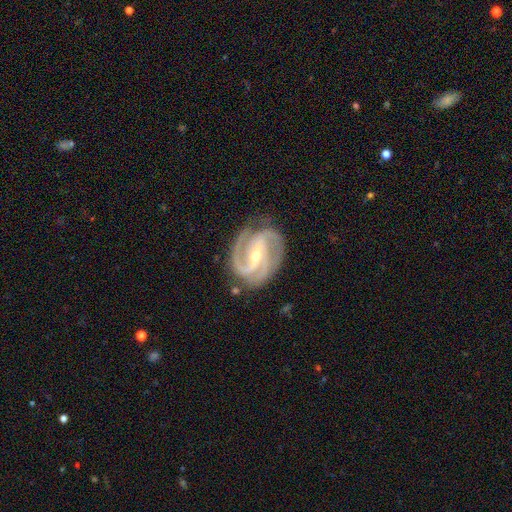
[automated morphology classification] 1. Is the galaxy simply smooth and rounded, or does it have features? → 93% featured or disk, 4% star or artifact, 3% smooth.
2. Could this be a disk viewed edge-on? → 98% no, 2% yes.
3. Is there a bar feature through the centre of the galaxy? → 54% strong, 32% weak, 15% no.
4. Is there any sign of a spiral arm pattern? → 99% yes, 1% no.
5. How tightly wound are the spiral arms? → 50% medium, 42% tight, 8% loose.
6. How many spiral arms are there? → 51% 2, 37% 3, 4% 4, 4% can't tell, 3% 1, 2% more than 4.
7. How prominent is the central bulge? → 54% small, 44% moderate, 1% large, 1% none, 1% dominant.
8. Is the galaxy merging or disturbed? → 77% none, 16% minor disturbance, 5% major disturbance, 2% merger.